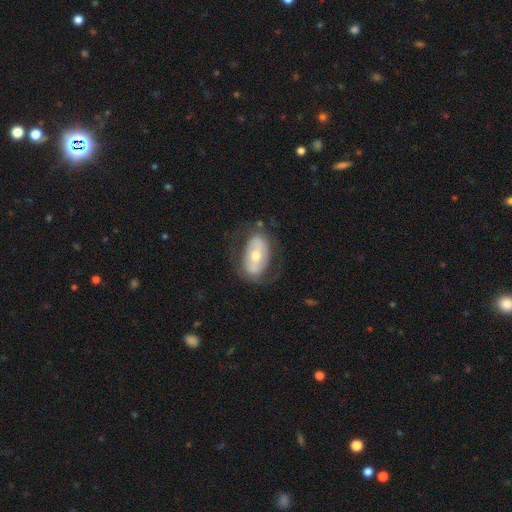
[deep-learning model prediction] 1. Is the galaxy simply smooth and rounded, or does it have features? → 54% featured or disk, 40% smooth, 6% star or artifact.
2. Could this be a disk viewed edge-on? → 90% no, 10% yes.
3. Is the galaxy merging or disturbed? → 69% none, 18% minor disturbance, 12% major disturbance, 2% merger.